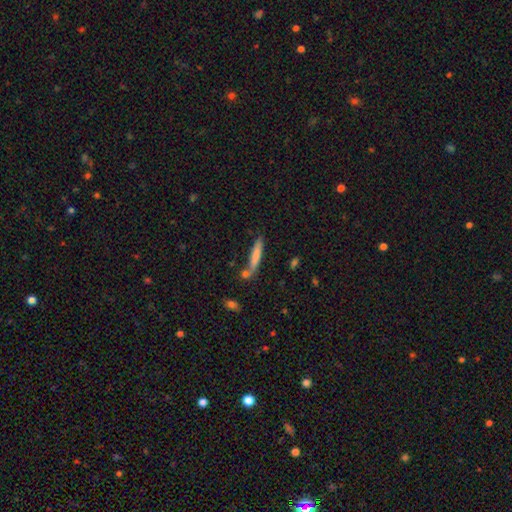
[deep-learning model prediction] Smooth or featured? Predicted: smooth (p=0.69). How rounded? Predicted: cigar-shaped (p=0.91). Merging? Predicted: none (p=0.63).